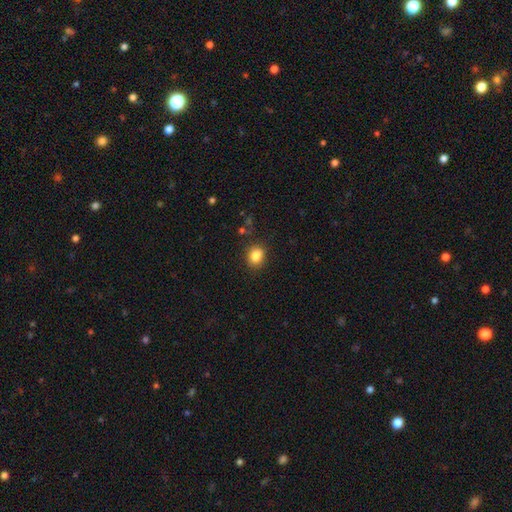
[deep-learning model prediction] Smooth or featured: smooth — 84% (star or artifact — 10%)
How rounded: round — 59% (in between — 40%)
Merging: none — 82% (minor disturbance — 12%)